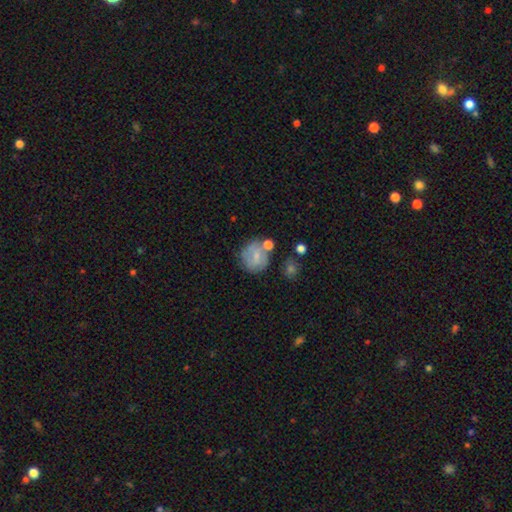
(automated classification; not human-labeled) smooth-or-featured: smooth: 61% | featured or disk: 30% | star or artifact: 9%
  how-rounded: round: 81% | in between: 18% | cigar-shaped: 1%
  merging: none: 54% | minor disturbance: 20% | merger: 17% | major disturbance: 9%